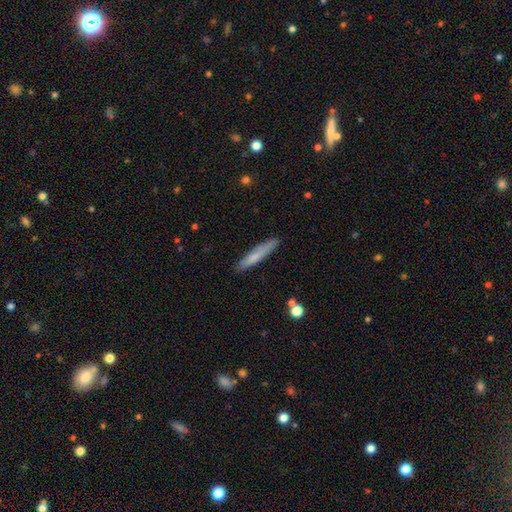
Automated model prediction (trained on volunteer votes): Morphology: type=smooth (69%); roundness=cigar-shaped (93%); merging=none (86%).